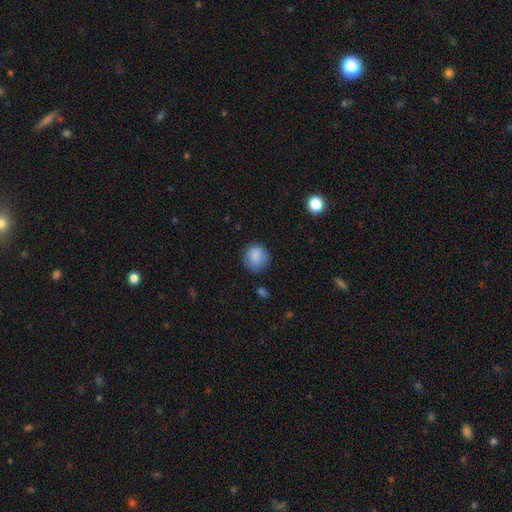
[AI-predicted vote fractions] This appears to be a smooth galaxy with no disk features (86%) that is round (86%). Merging: none (79%).